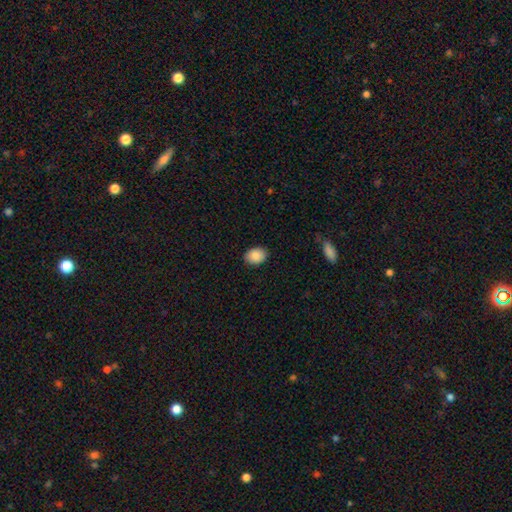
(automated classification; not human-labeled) Morphology: type=smooth (88%); roundness=in between (67%); merging=none (89%).